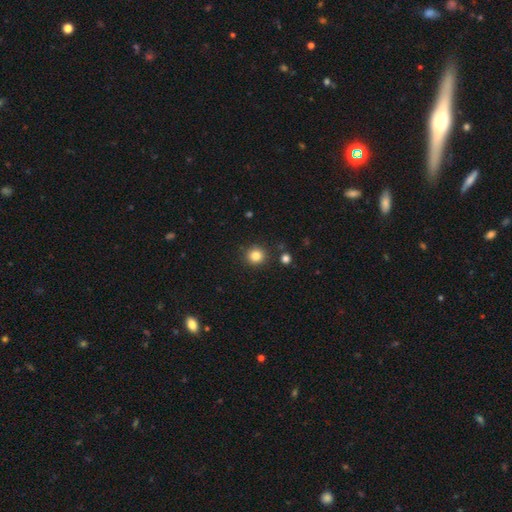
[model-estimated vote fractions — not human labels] This appears to be a smooth galaxy with no disk features (83%) that is round (91%). Merging: none (88%).